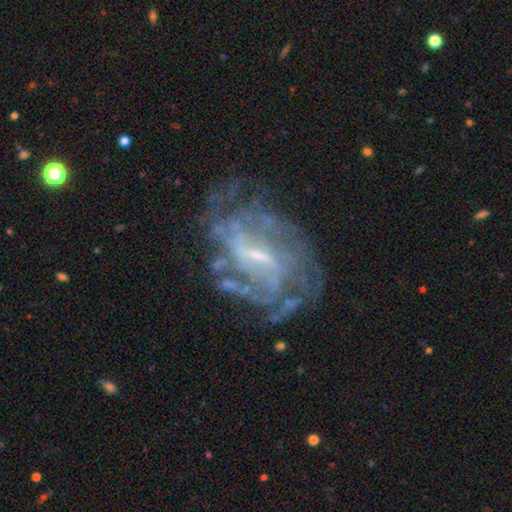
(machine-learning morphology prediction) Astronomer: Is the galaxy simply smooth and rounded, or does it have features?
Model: featured or disk — 84%.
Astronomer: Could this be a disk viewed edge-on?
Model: no — 97%.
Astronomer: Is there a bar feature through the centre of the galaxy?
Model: weak — 53% (runner-up: strong, 30%).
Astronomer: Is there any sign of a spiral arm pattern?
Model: yes — 85%.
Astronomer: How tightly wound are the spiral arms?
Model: tight — 45% (runner-up: medium, 38%).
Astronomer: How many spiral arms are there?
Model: can't tell — 47%.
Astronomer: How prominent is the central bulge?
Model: small — 60%.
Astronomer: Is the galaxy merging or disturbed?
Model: none — 60%.